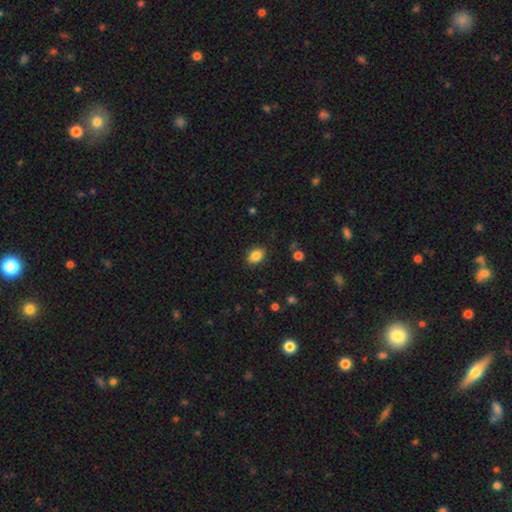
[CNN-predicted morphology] This appears to be a smooth galaxy with no disk features (85%) that is in between round and cigar-shaped (82%). Merging: none (87%).